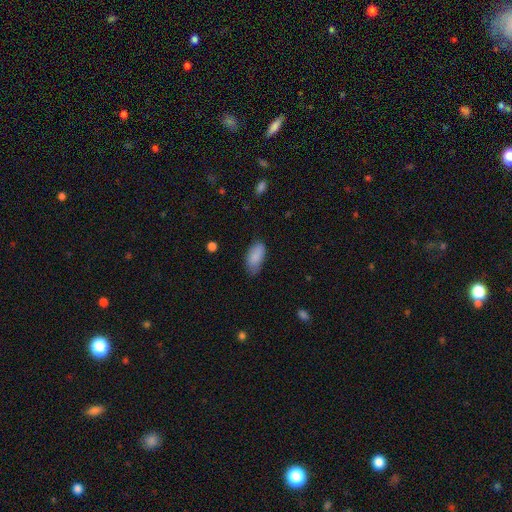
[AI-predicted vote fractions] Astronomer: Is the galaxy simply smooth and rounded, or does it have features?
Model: smooth — 88%.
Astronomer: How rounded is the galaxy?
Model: in between — 91%.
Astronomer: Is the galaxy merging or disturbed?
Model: none — 68%.